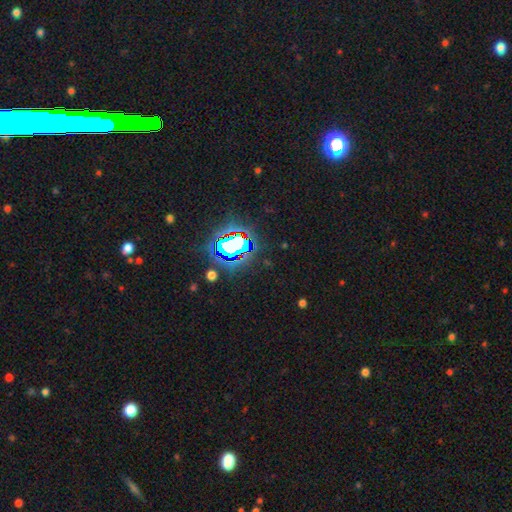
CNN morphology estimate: Overall: star or artifact (83%).